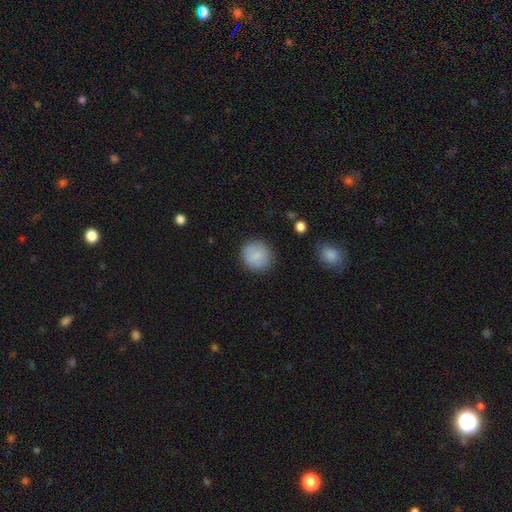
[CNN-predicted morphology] Q: Smooth or featured?
A: smooth (84%); runner-up: featured or disk (8%)
Q: How rounded?
A: round (89%); runner-up: in between (10%)
Q: Merging?
A: none (85%); runner-up: minor disturbance (10%)